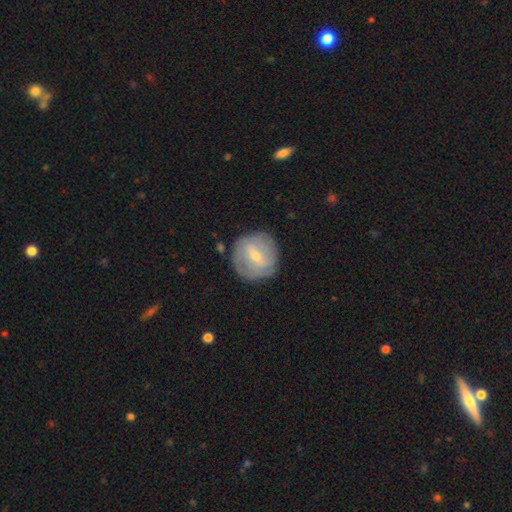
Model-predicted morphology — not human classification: Smooth or featured? Predicted: featured or disk (p=0.63). Edge-on disk? Predicted: no (p=0.96). Bar? Predicted: weak (p=0.57). Spiral arms? Predicted: yes (p=0.75). Bulge size? Predicted: small (p=0.58). Merging? Predicted: none (p=0.79).